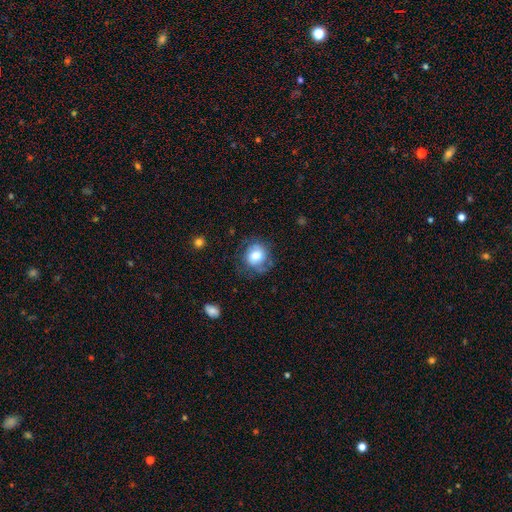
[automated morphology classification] This appears to be a smooth galaxy with no disk features (61%) that is round (75%). Merging: none (65%).